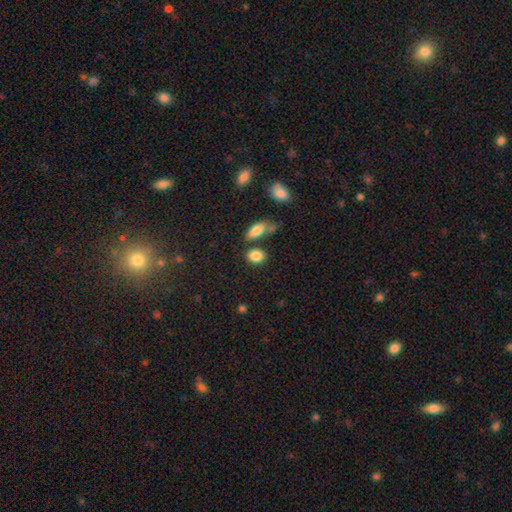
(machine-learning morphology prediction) Smooth or featured? smooth (86%)
How rounded? in between (67%)
Merging? none (70%)